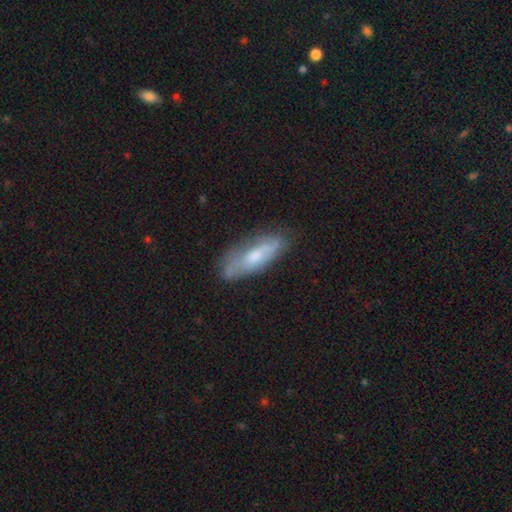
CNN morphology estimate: type=featured or disk (48%); merging=none (69%).